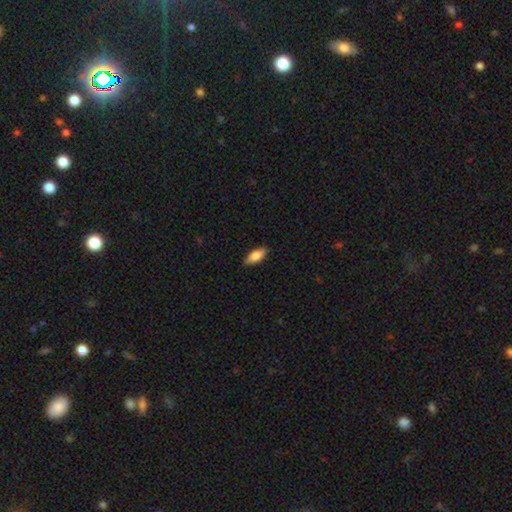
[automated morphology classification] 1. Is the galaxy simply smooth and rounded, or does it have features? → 80% smooth, 14% featured or disk, 6% star or artifact.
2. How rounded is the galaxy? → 78% in between, 19% cigar-shaped, 2% round.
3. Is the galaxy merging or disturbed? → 87% none, 10% minor disturbance, 2% major disturbance, 1% merger.